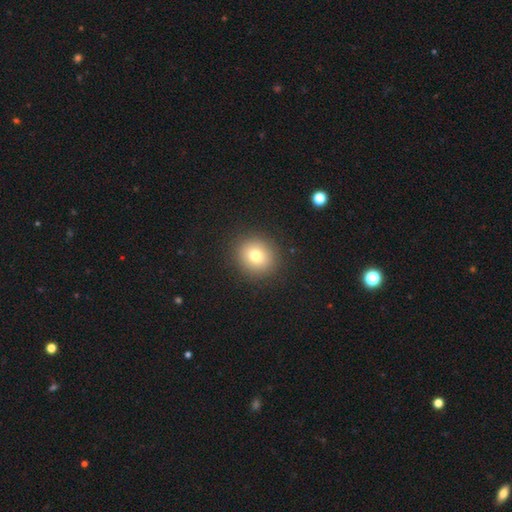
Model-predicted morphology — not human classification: Smooth or featured?
  - smooth: 76% *
  - star or artifact: 12%
  - featured or disk: 11%
How rounded?
  - round: 86% *
  - in between: 14%
  - cigar-shaped: 1%
Merging?
  - none: 90% *
  - minor disturbance: 6%
  - major disturbance: 3%
  - merger: 1%